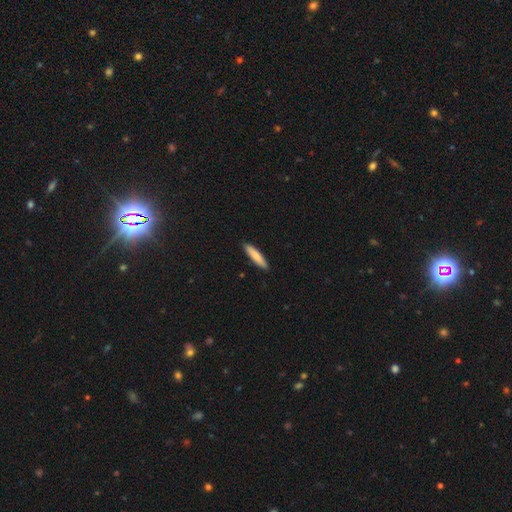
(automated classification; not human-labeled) Smooth or featured?
  - smooth: 82% *
  - featured or disk: 12%
  - star or artifact: 5%
How rounded?
  - cigar-shaped: 84% *
  - in between: 15%
  - round: 1%
Merging?
  - none: 91% *
  - minor disturbance: 7%
  - major disturbance: 1%
  - merger: 1%